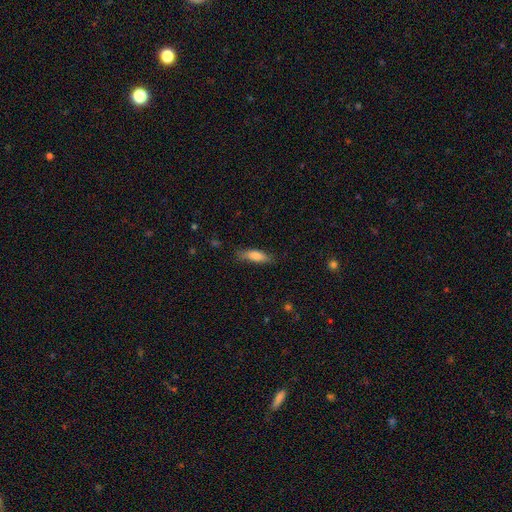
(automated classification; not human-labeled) Overall: smooth (81%). How rounded: in between (52%; cigar-shaped 46%). Merging: none (76%).